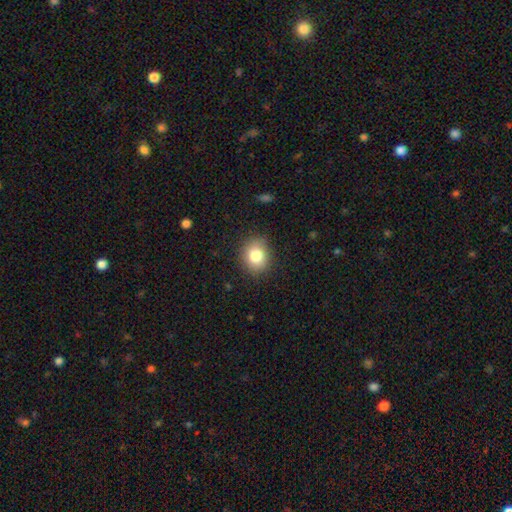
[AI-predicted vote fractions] Morphology: type=smooth (81%); roundness=round (65%); merging=none (85%).